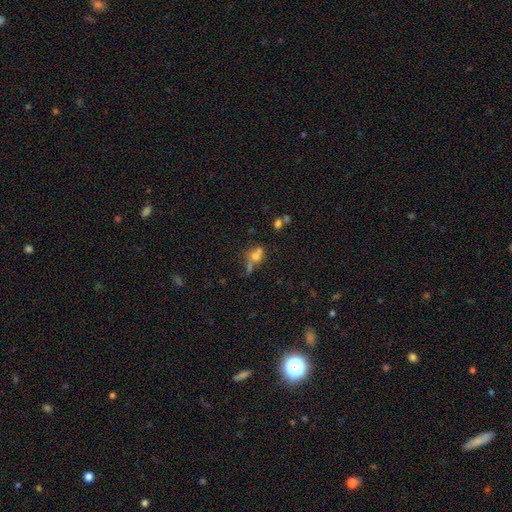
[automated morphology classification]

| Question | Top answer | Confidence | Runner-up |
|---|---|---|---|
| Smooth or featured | smooth | 62% | featured or disk (20%) |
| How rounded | round | 63% | in between (33%) |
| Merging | merger | 45% | none (35%) |